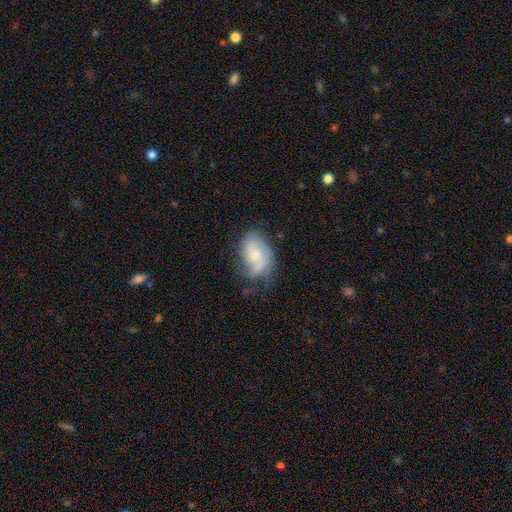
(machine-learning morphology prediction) smooth_or_featured: featured or disk (p=0.58) [alt: smooth p=0.35]
disk_edge_on: no (p=0.96) [alt: yes p=0.04]
bar: no (p=0.66) [alt: weak p=0.29]
has_spiral_arms: yes (p=0.79) [alt: no p=0.21]
bulge_size: small (p=0.50) [alt: moderate p=0.41]
merging: none (p=0.48) [alt: minor disturbance p=0.32]